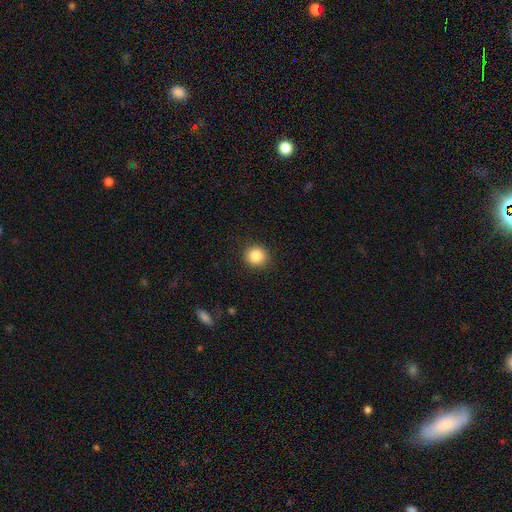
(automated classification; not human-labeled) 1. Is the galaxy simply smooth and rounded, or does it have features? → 86% smooth, 10% star or artifact, 5% featured or disk.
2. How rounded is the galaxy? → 92% round, 7% in between, 1% cigar-shaped.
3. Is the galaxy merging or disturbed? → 91% none, 6% minor disturbance, 2% major disturbance, 1% merger.